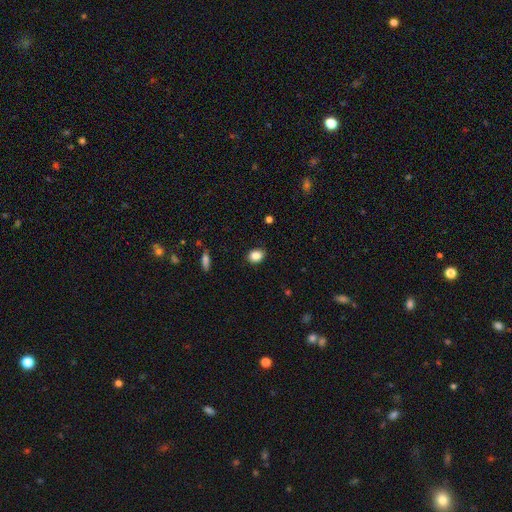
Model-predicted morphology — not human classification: Q: Smooth or featured?
A: smooth (87%); runner-up: star or artifact (9%)
Q: How rounded?
A: in between (60%); runner-up: round (38%)
Q: Merging?
A: none (85%); runner-up: minor disturbance (11%)